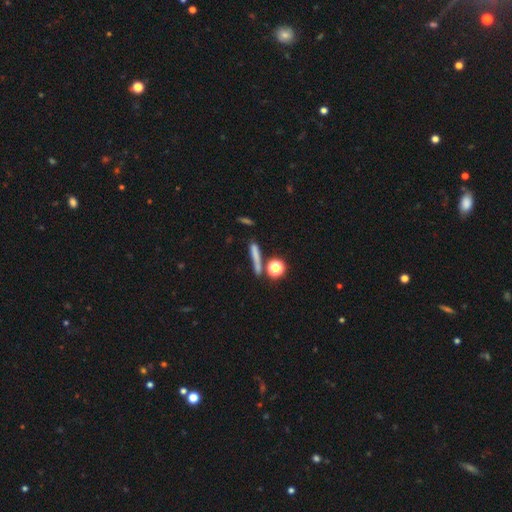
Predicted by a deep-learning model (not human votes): Morphology: type=smooth (64%); roundness=cigar-shaped (70%); merging=none (64%).